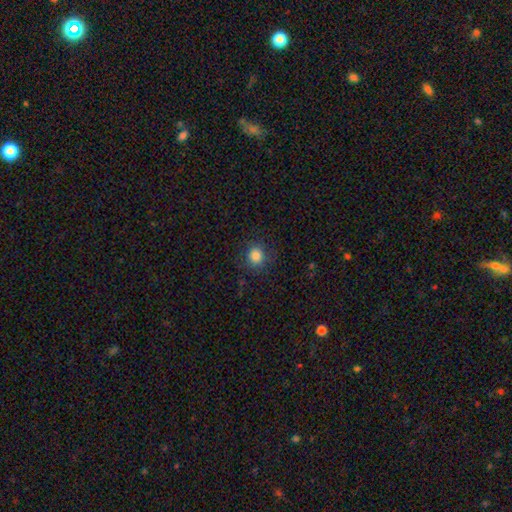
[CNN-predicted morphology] This is clearly a smooth galaxy (85%). How rounded: clearly round (87%). Merging: clearly none (85%).